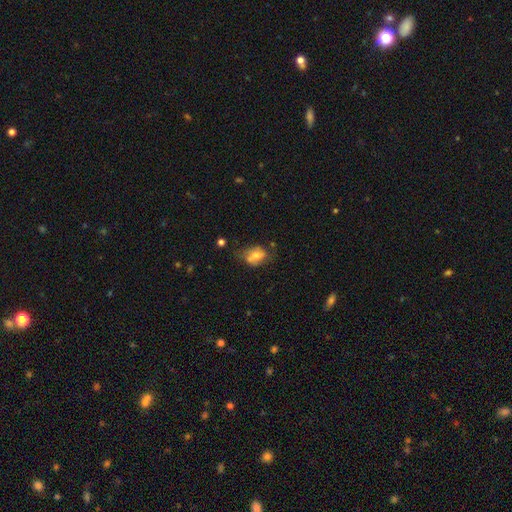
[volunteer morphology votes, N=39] Q: Smooth or featured?
A: smooth (67%); runner-up: featured or disk (28%)
Q: How rounded?
A: in between (69%); runner-up: round (23%)
Q: Merging?
A: none (41%); runner-up: minor disturbance (27%)